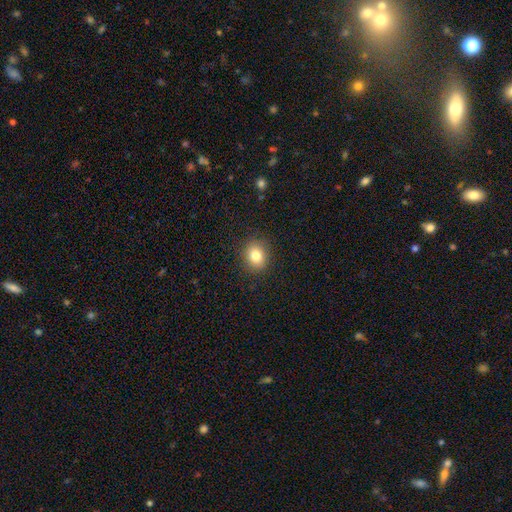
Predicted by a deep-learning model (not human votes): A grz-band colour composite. It shows a smooth galaxy with no disk features (81%) that is round (65%). Merging: none (89%).